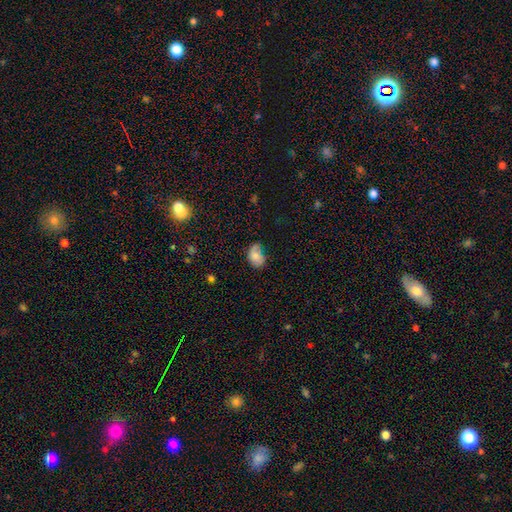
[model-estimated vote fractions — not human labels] Smooth or featured: smooth — 73% (featured or disk — 17%)
How rounded: in between — 80% (round — 18%)
Merging: none — 42% (minor disturbance — 36%)